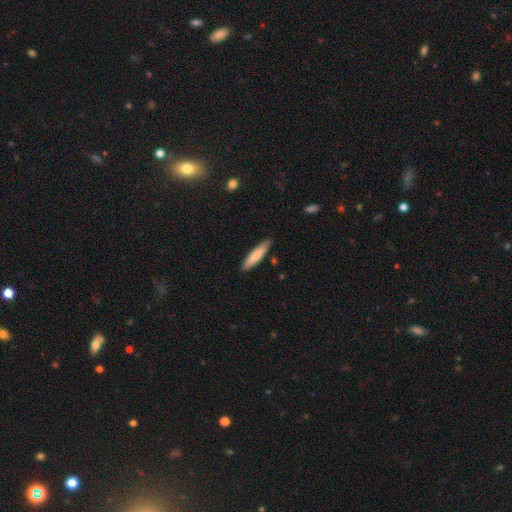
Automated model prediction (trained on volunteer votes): The model was most divided on "smooth or featured": smooth: 78%, featured or disk: 17%, star or artifact: 5%. More confident: merging — none (88%); how rounded — cigar-shaped (83%).